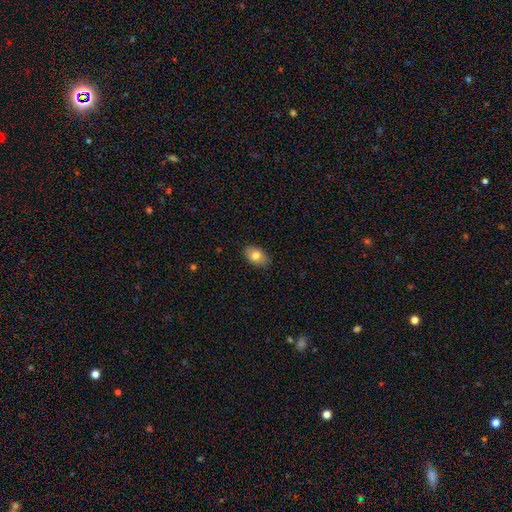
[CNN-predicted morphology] A smooth galaxy with no disk features (80%) that is in between round and cigar-shaped (88%).

Vote fractions:
- Smooth or featured? smooth: 80% / featured or disk: 12% / star or artifact: 8%
- How rounded? in between: 88% / round: 10% / cigar-shaped: 1%
- Merging? none: 87% / minor disturbance: 10% / major disturbance: 2% / merger: 1%